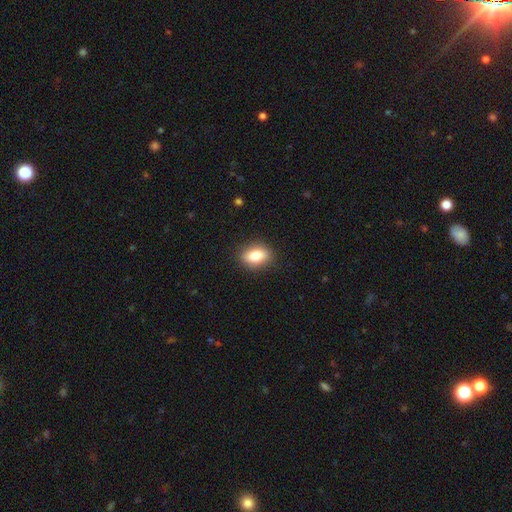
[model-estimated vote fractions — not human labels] Morphology: type=smooth (79%); roundness=in between (74%); merging=none (88%).